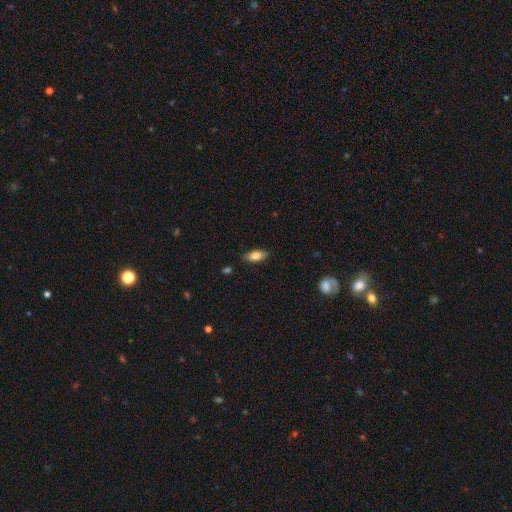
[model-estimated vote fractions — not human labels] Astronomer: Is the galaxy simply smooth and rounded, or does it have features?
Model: smooth — 79%.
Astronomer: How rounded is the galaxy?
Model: in between — 85%.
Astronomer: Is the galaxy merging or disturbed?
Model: none — 85%.